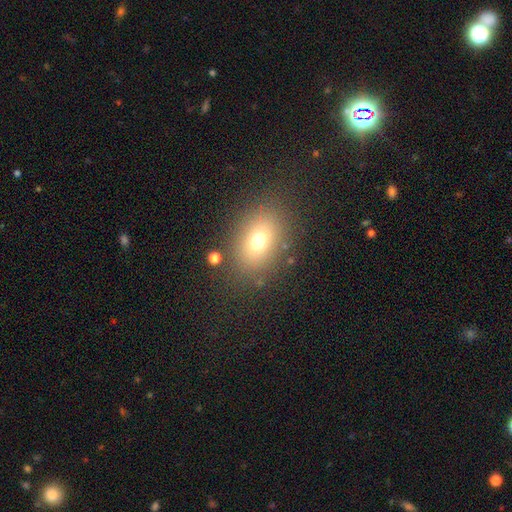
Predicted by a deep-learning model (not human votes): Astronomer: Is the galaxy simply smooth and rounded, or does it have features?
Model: smooth — 66%.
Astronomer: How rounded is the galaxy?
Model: in between — 70%.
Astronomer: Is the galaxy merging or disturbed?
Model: none — 83%.